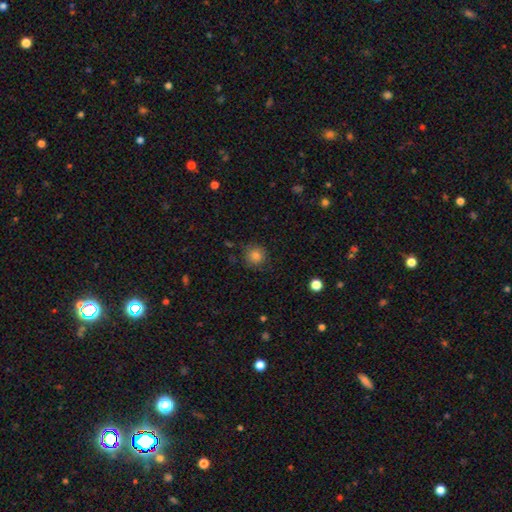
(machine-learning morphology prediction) Smooth or featured? Predicted: smooth (p=0.83). How rounded? Predicted: round (p=0.92). Merging? Predicted: none (p=0.83).